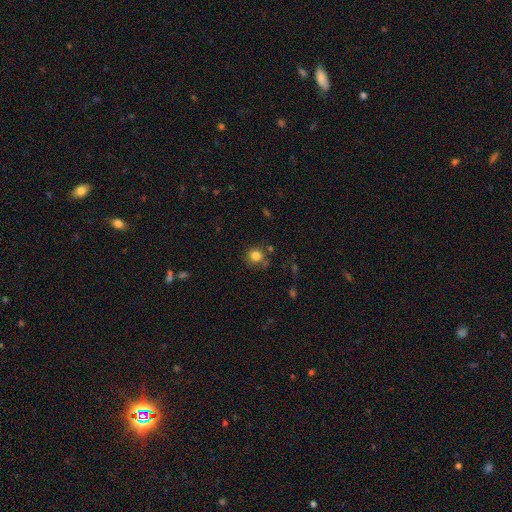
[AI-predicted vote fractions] smooth 82%, star or artifact 12%, featured or disk 6%. Down the decision tree: how rounded — round (86%); merging — none (72%).